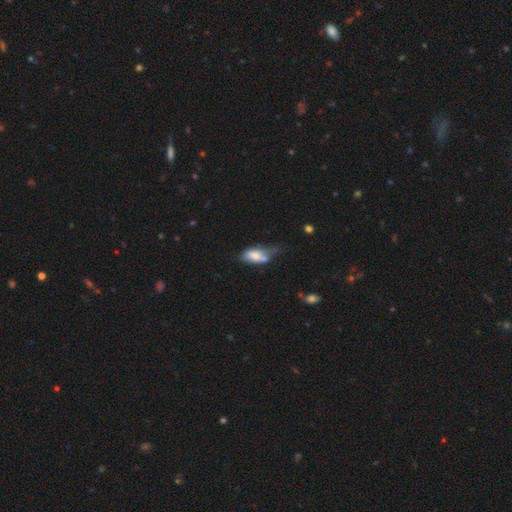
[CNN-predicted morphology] A smooth galaxy with no disk features (64%) that is in between round and cigar-shaped (86%). Merging: minor disturbance (34%).